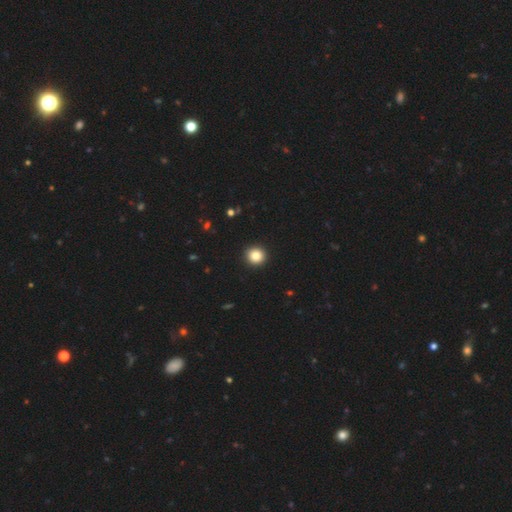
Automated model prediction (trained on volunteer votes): smooth_or_featured: smooth (p=0.84) [alt: star or artifact p=0.11]
how_rounded: round (p=0.94) [alt: in between p=0.05]
merging: none (p=0.94) [alt: minor disturbance p=0.04]